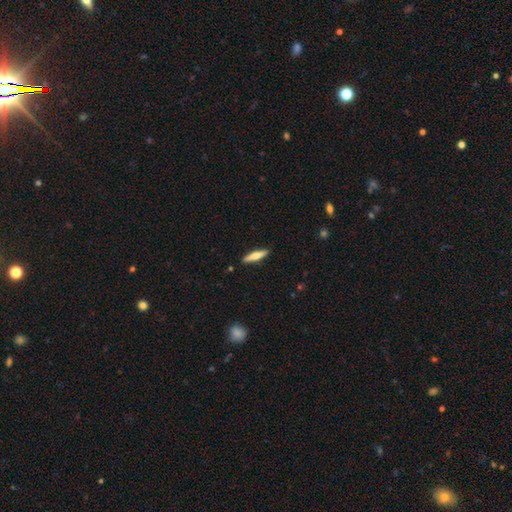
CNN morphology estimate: This is likely a smooth galaxy (66%). How rounded: clearly cigar-shaped (83%). Merging: clearly none (90%).